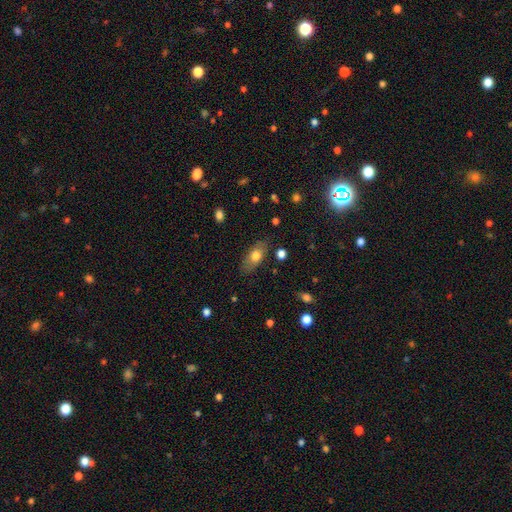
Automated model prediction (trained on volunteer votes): A smooth galaxy with no disk features (73%) that is in between round and cigar-shaped (85%). Merging: none (81%).